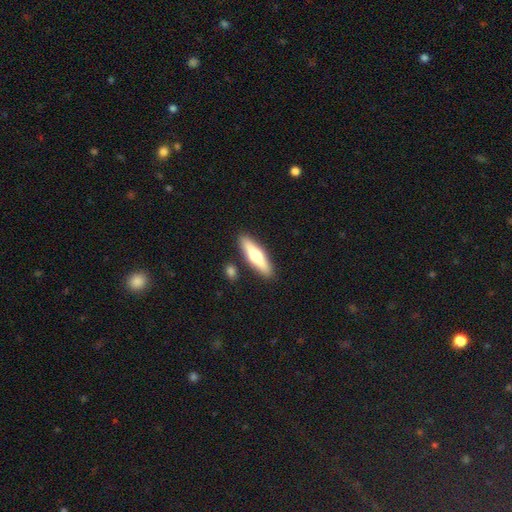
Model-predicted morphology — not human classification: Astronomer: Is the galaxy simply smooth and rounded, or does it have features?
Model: smooth — 50% (runner-up: featured or disk, 44%).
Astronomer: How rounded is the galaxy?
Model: cigar-shaped — 71%.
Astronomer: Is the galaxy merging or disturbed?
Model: none — 87%.